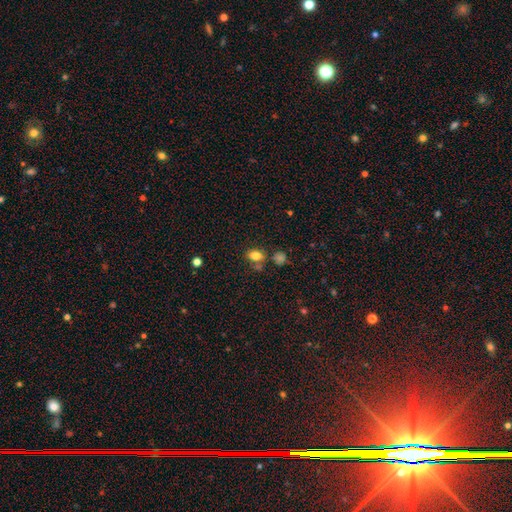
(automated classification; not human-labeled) Smooth or featured? smooth (81%)
How rounded? in between (80%)
Merging? none (68%)